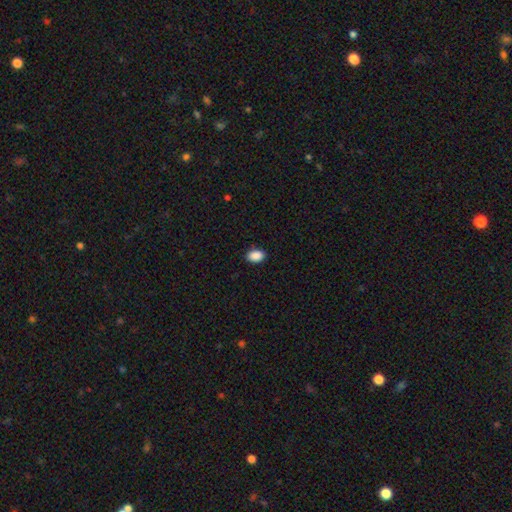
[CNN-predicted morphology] type=smooth (90%); roundness=in between (86%); merging=none (89%).